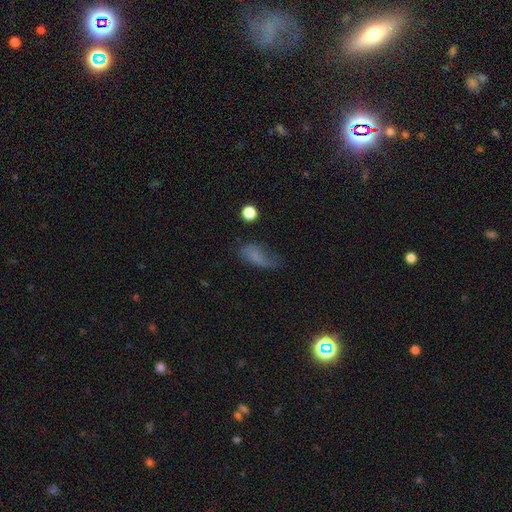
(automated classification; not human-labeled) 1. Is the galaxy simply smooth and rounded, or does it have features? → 61% smooth, 23% featured or disk, 16% star or artifact.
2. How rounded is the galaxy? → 79% in between, 15% cigar-shaped, 7% round.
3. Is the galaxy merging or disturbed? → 38% none, 30% minor disturbance, 28% major disturbance, 4% merger.